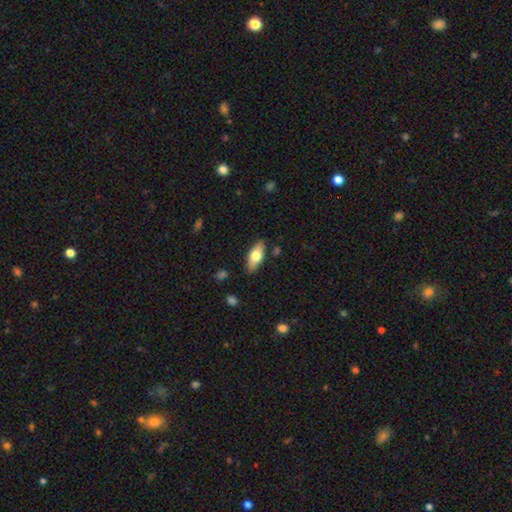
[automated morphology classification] The model was most divided on "smooth or featured": smooth: 67%, featured or disk: 27%, star or artifact: 6%. More confident: merging — none (85%); how rounded — in between (80%).